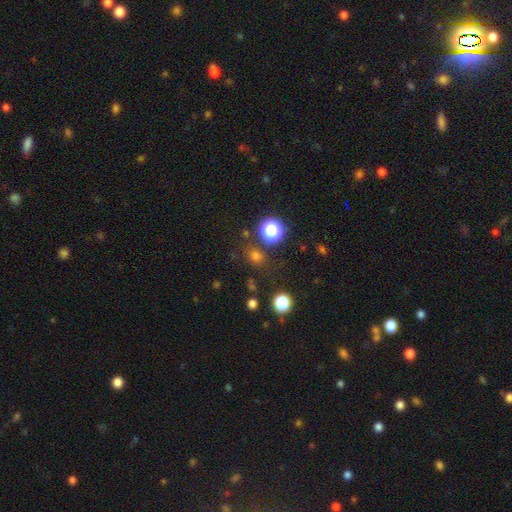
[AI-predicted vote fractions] A smooth galaxy with no disk features (68%) that is round (76%).

Vote fractions:
- Smooth or featured? smooth: 68% / star or artifact: 26% / featured or disk: 6%
- How rounded? round: 76% / in between: 23% / cigar-shaped: 1%
- Merging? none: 78% / minor disturbance: 11% / merger: 6% / major disturbance: 5%